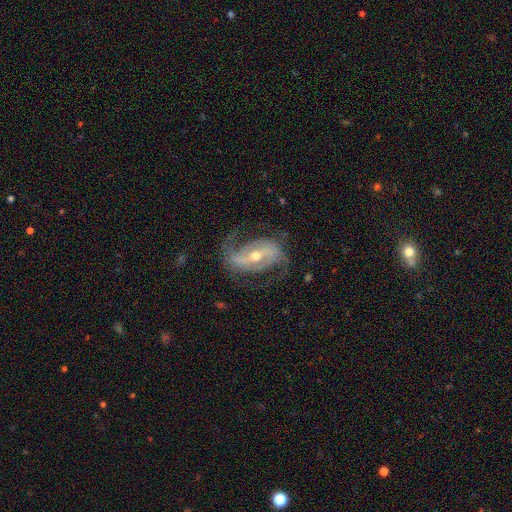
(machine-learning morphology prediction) A featured or disk galaxy (89%) with a strong bar (53%), 2 (85%) medium (45%) spiral arms (96%) and a moderate central bulge (55%). Merging: none (68%).